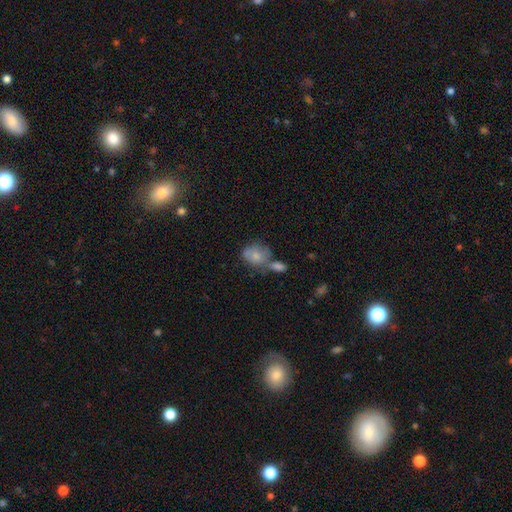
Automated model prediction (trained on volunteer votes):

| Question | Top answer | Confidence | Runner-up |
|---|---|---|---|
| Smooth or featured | smooth | 72% | featured or disk (21%) |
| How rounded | in between | 53% | round (46%) |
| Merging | merger | 41% | none (32%) |